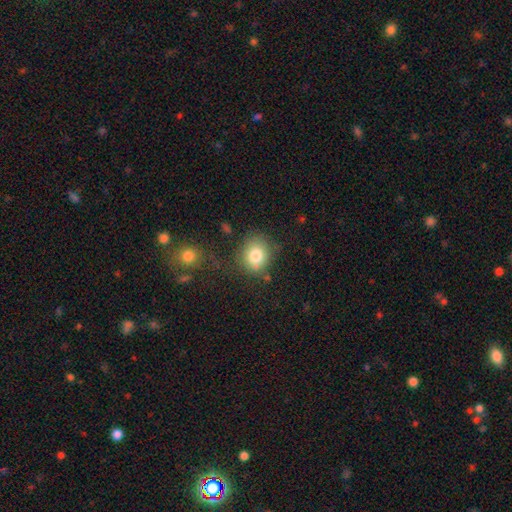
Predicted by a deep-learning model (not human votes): smooth_or_featured: smooth (p=0.80) [alt: featured or disk p=0.10]
how_rounded: round (p=0.70) [alt: in between p=0.29]
merging: none (p=0.73) [alt: minor disturbance p=0.17]